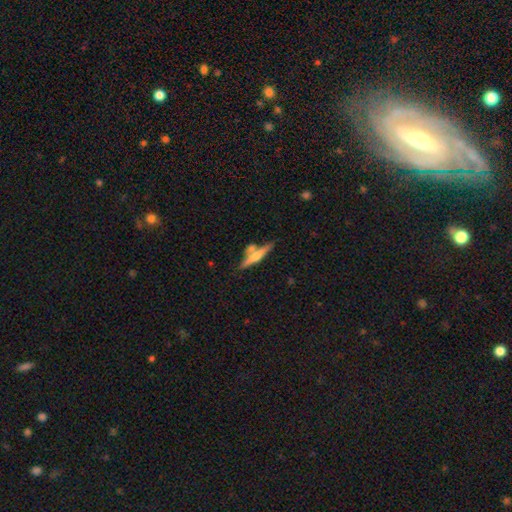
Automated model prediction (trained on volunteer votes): featured or disk 58%, smooth 36%, star or artifact 7%. Down the decision tree: edge-on disk — yes (96%); edge-on bulge — rounded (81%); merging — none (62%).